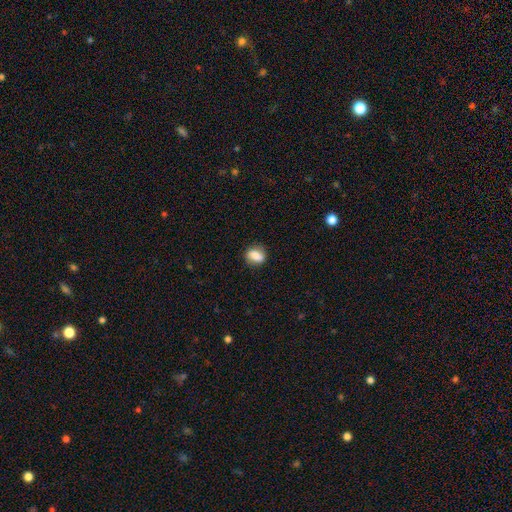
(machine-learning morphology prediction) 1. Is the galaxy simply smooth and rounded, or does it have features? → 82% smooth, 10% featured or disk, 8% star or artifact.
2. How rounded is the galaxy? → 62% in between, 35% round, 3% cigar-shaped.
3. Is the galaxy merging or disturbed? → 81% none, 14% minor disturbance, 4% major disturbance, 1% merger.